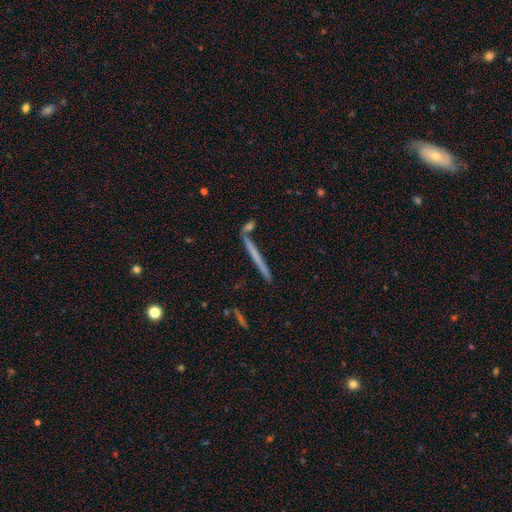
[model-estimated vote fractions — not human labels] Smooth or featured: featured or disk — 49% (smooth — 44%)
Merging: none — 83% (minor disturbance — 8%)